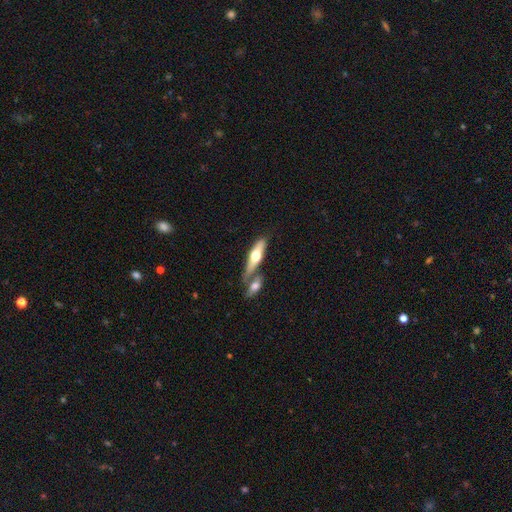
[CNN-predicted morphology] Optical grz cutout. It shows a featured or disk galaxy (49%). Merging: none (44%).